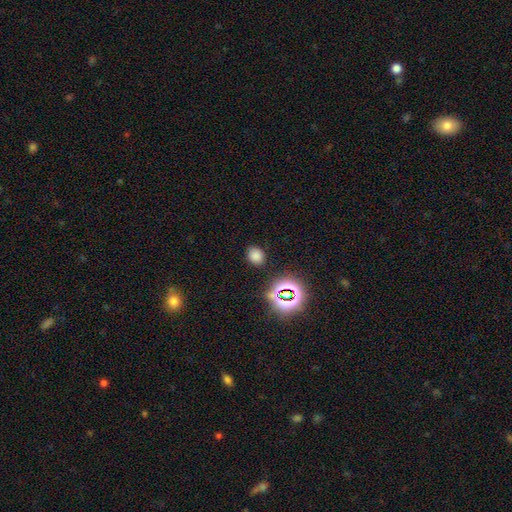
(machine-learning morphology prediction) Q: Smooth or featured?
A: smooth (72%); runner-up: star or artifact (22%)
Q: How rounded?
A: round (60%); runner-up: in between (39%)
Q: Merging?
A: none (84%); runner-up: minor disturbance (10%)